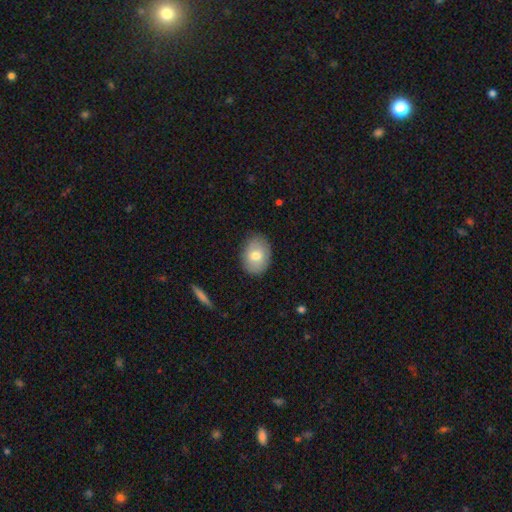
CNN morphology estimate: A smooth galaxy with no disk features (73%) that is in between round and cigar-shaped (72%). Merging: none (85%).